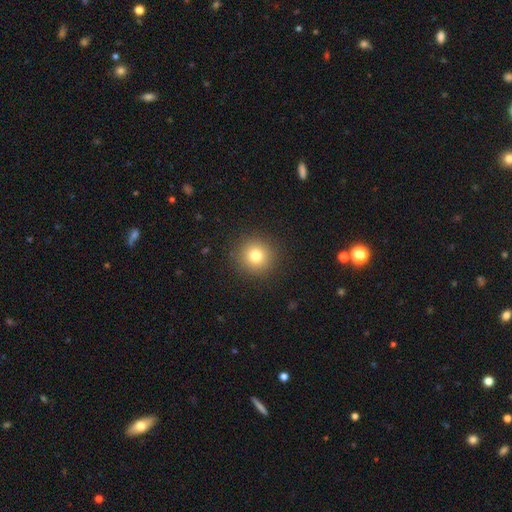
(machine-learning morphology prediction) type=smooth (78%); roundness=round (95%); merging=none (91%).